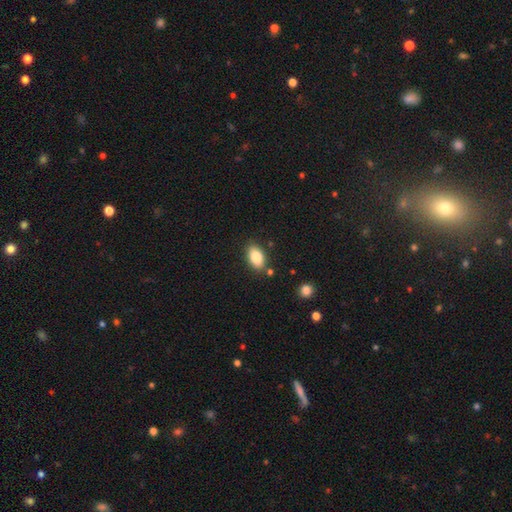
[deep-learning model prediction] Morphology: type=smooth (85%); roundness=in between (91%); merging=none (82%).